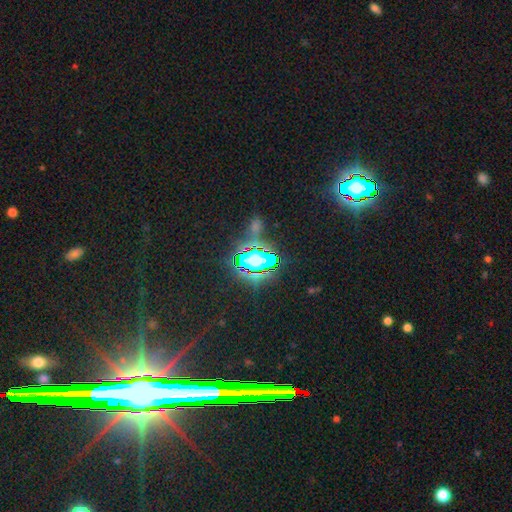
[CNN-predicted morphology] Q: Smooth or featured?
A: star or artifact (79%); runner-up: featured or disk (12%)